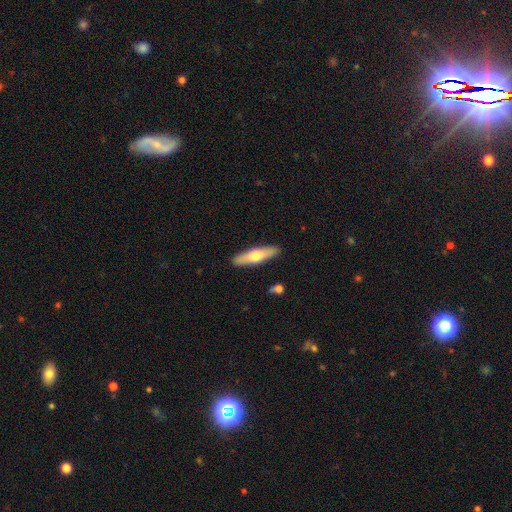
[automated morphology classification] Overall: smooth (57%; featured or disk 38%). How rounded: cigar-shaped (70%). Merging: none (89%).